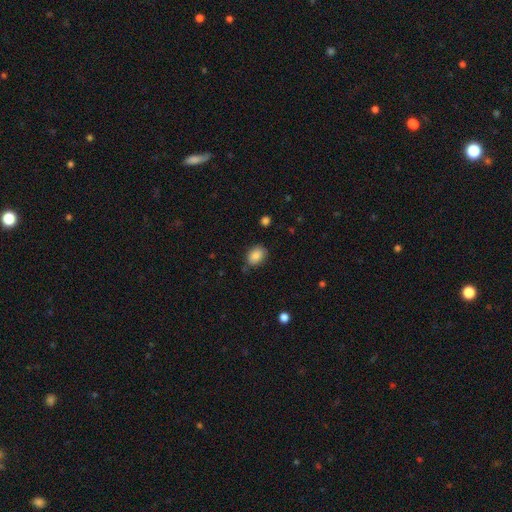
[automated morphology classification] Smooth or featured: smooth — 86% (star or artifact — 8%)
How rounded: in between — 76% (round — 23%)
Merging: none — 73% (minor disturbance — 21%)